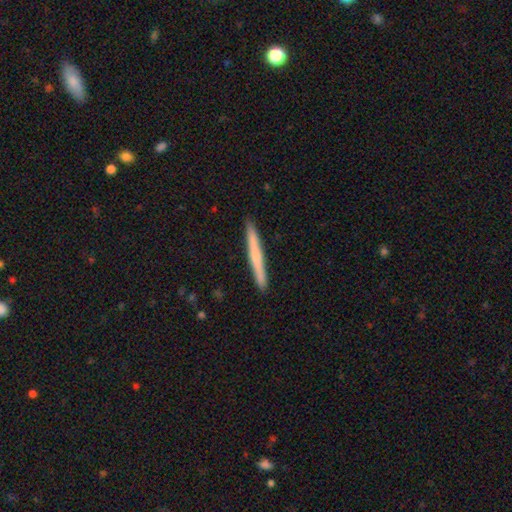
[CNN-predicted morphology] Smooth or featured? Predicted: smooth (p=0.57). How rounded? Predicted: cigar-shaped (p=0.97). Merging? Predicted: none (p=0.92).